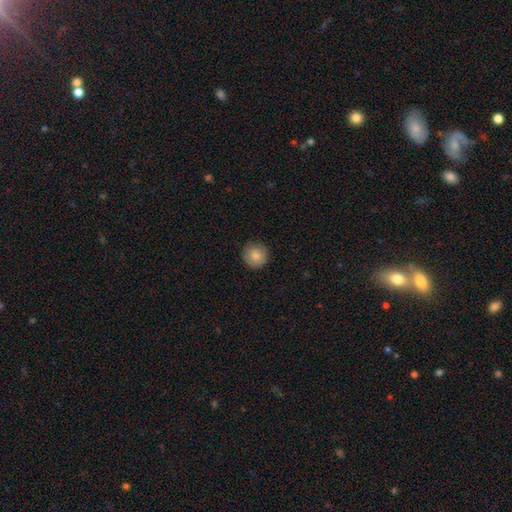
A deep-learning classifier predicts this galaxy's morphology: Smooth or featured: smooth — 84% (star or artifact — 8%)
How rounded: round — 95% (in between — 4%)
Merging: none — 89% (minor disturbance — 8%)